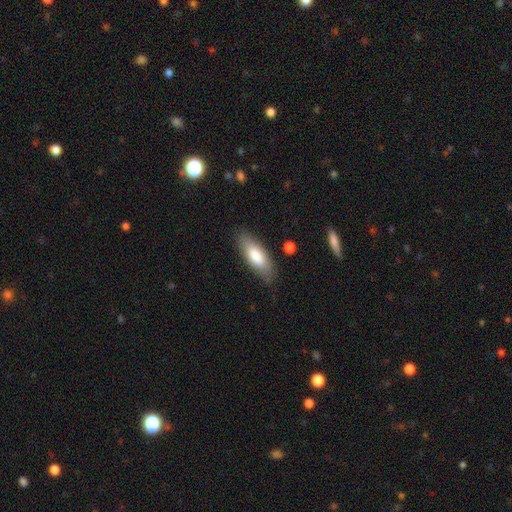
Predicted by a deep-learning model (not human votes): smooth_or_featured: smooth (p=0.79) [alt: featured or disk p=0.15]
how_rounded: in between (p=0.72) [alt: cigar-shaped p=0.26]
merging: none (p=0.81) [alt: minor disturbance p=0.13]